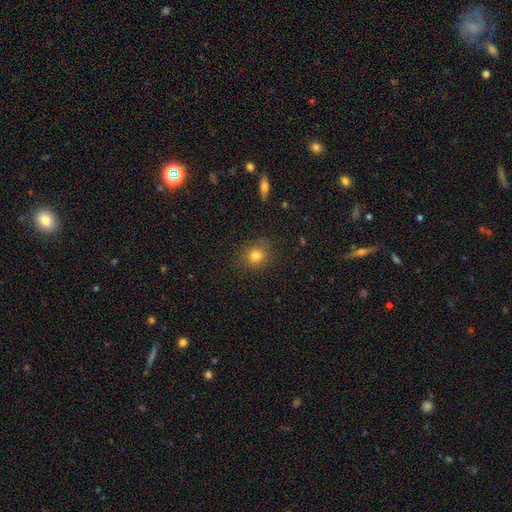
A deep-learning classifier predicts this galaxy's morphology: This appears to be a smooth galaxy with no disk features (79%) that is round (80%). Merging: none (80%).